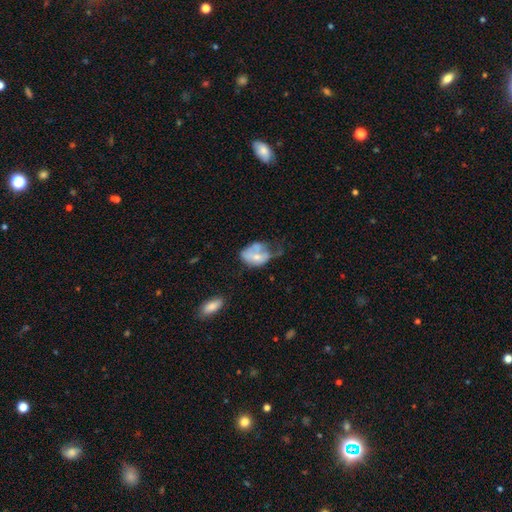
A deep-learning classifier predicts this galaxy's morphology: smooth-or-featured: smooth: 53% | featured or disk: 38% | star or artifact: 9%
  how-rounded: in between: 72% | round: 27% | cigar-shaped: 1%
  merging: major disturbance: 33% | minor disturbance: 28% | none: 20% | merger: 19%